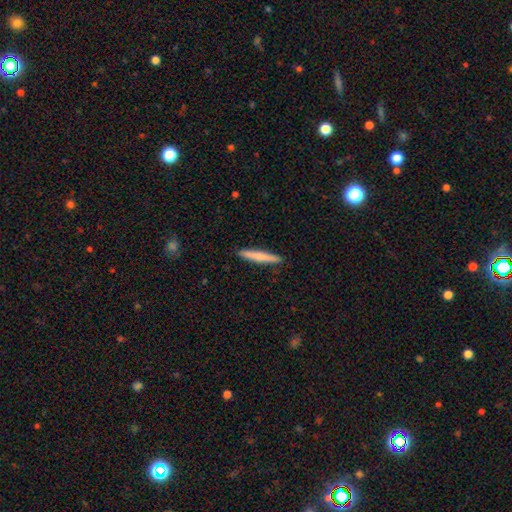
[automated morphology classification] This appears to be a smooth galaxy with no disk features (70%) that is cigar-shaped (96%). Merging: none (92%).